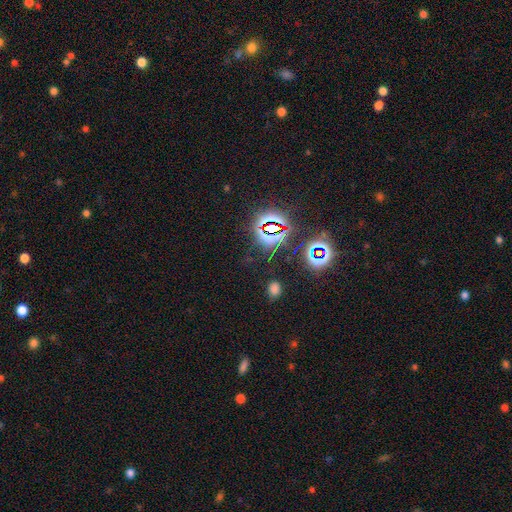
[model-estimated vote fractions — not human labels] star or artifact 79%, smooth 13%, featured or disk 9%.